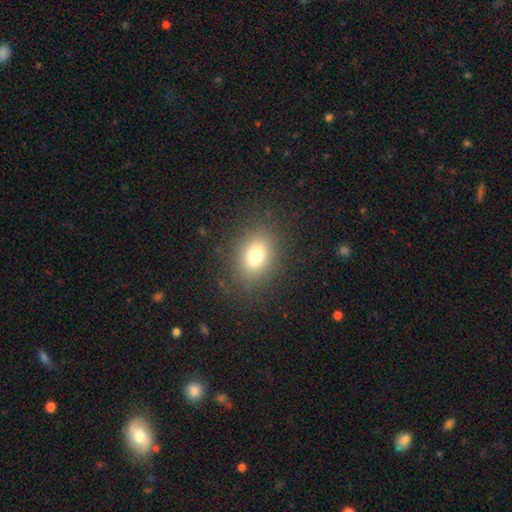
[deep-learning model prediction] This is likely a smooth galaxy (76%). How rounded: likely in between (63%). Merging: clearly none (84%).